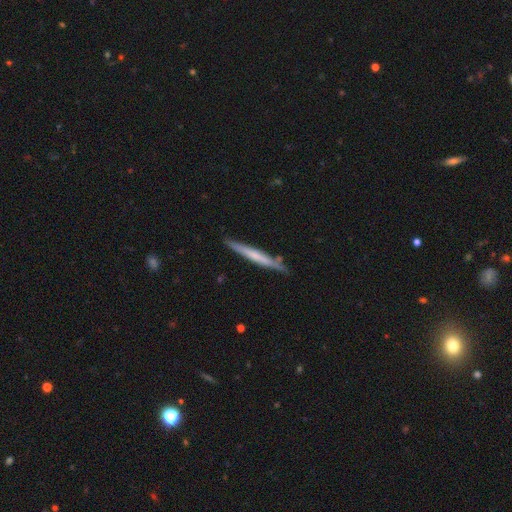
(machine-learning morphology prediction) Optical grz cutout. It shows a featured or disk galaxy (48%). Merging: none (82%).